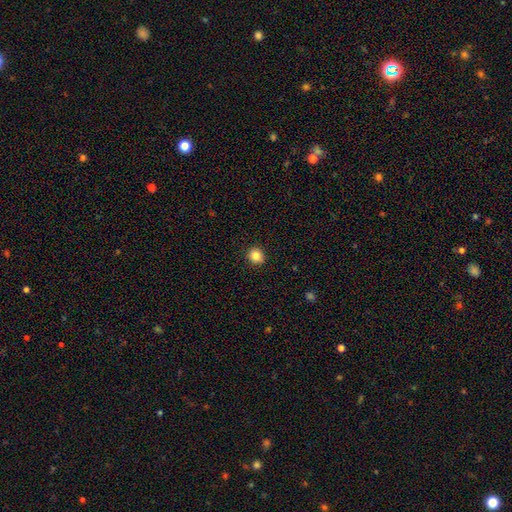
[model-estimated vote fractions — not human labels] Smooth or featured? Predicted: smooth (p=0.84). How rounded? Predicted: round (p=0.86). Merging? Predicted: none (p=0.92).